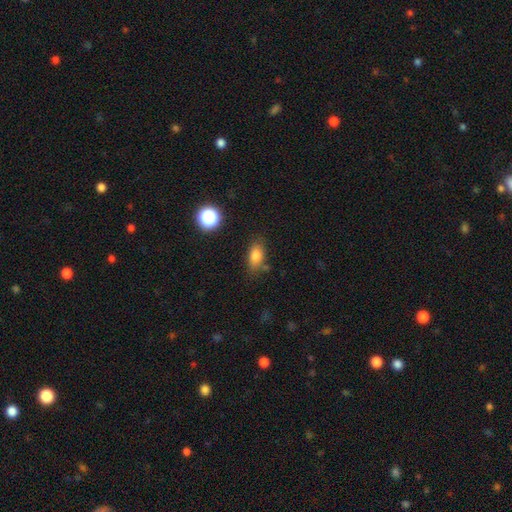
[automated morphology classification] Smooth or featured?
  - smooth: 80% *
  - star or artifact: 11%
  - featured or disk: 9%
How rounded?
  - in between: 83% *
  - round: 11%
  - cigar-shaped: 6%
Merging?
  - none: 73% *
  - minor disturbance: 17%
  - merger: 5%
  - major disturbance: 4%